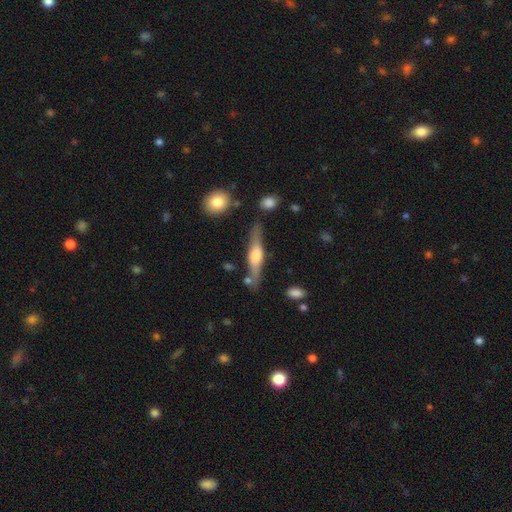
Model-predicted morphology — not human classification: type=featured or disk (62%); edge-on=yes (94%); edge-on bulge=rounded (80%); merging=none (75%).